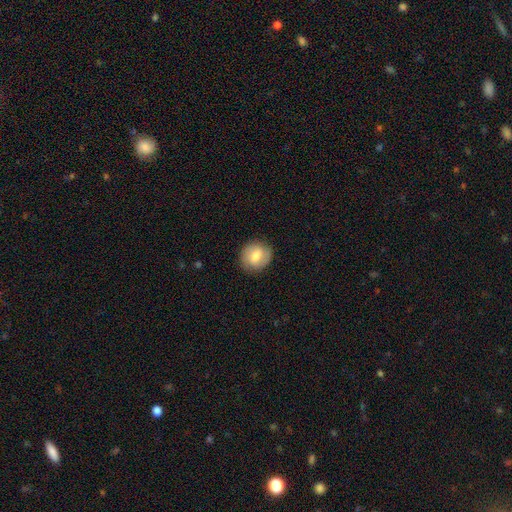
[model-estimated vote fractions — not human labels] A smooth galaxy with no disk features (69%) that is round (80%). Merging: none (84%).